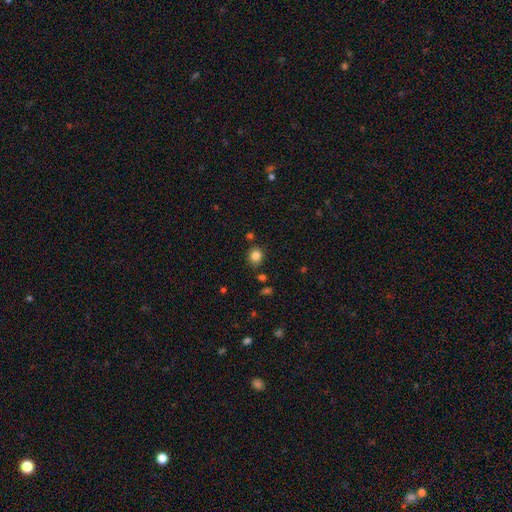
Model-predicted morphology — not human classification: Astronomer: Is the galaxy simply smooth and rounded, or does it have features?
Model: smooth — 84%.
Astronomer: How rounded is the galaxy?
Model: round — 74%.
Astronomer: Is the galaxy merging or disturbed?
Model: none — 83%.